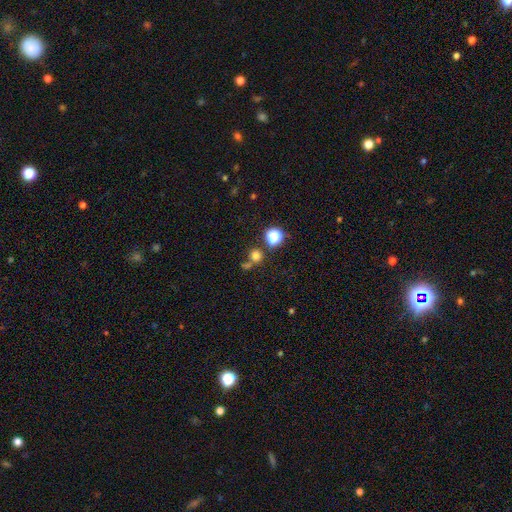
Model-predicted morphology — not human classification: smooth 70%, star or artifact 22%, featured or disk 8%. Down the decision tree: how rounded — round (89%); merging — none (61%).